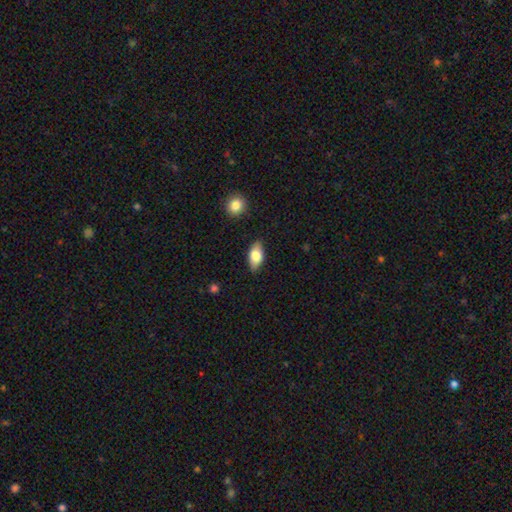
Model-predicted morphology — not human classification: smooth 75%, featured or disk 19%, star or artifact 7%. Down the decision tree: how rounded — in between (89%); merging — none (85%).